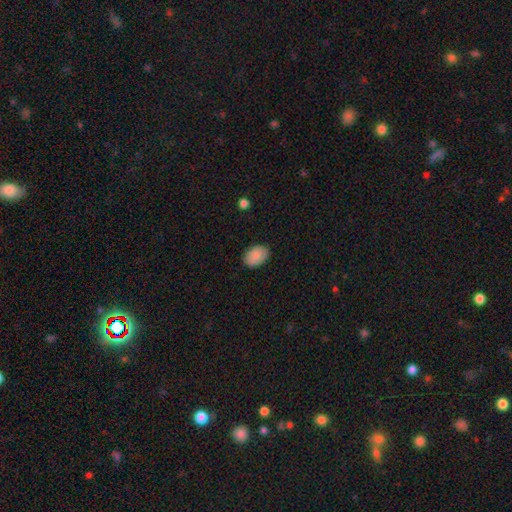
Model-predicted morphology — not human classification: smooth_or_featured: smooth (p=0.89) [alt: star or artifact p=0.07]
how_rounded: in between (p=0.85) [alt: round p=0.14]
merging: none (p=0.86) [alt: minor disturbance p=0.11]